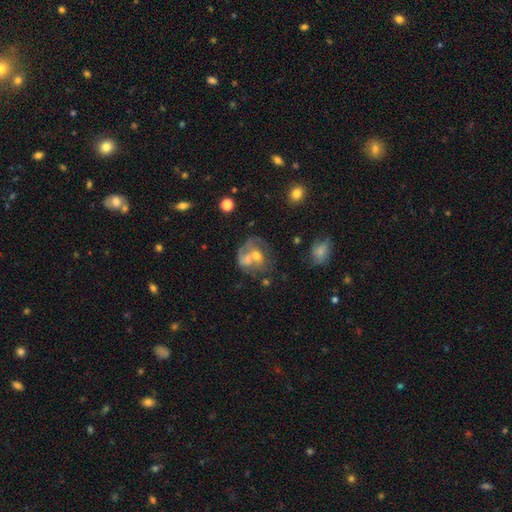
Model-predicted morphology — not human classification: This appears to be a featured or disk galaxy (59%) with no bar (74%), spiral arms (52%) and a moderate central bulge (51%). Merging: merger (45%).